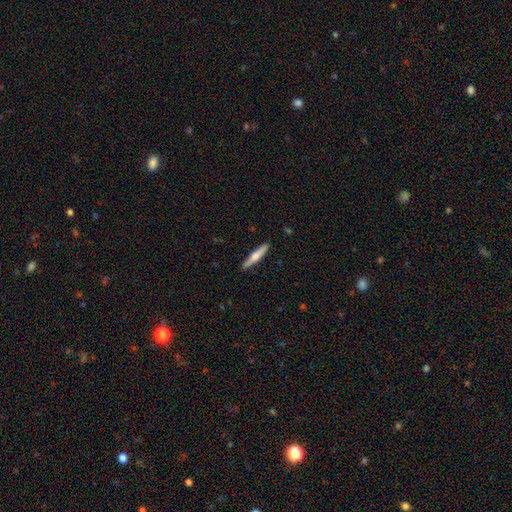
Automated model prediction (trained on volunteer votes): A smooth galaxy with no disk features (48%). Merging: none (90%).